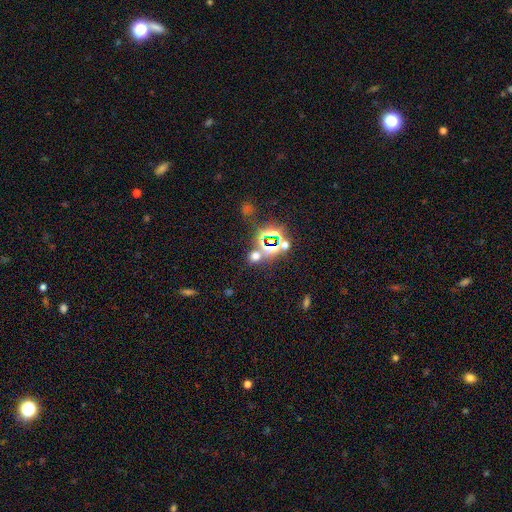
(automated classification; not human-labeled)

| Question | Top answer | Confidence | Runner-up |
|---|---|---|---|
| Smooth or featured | star or artifact | 48% | smooth (45%) |